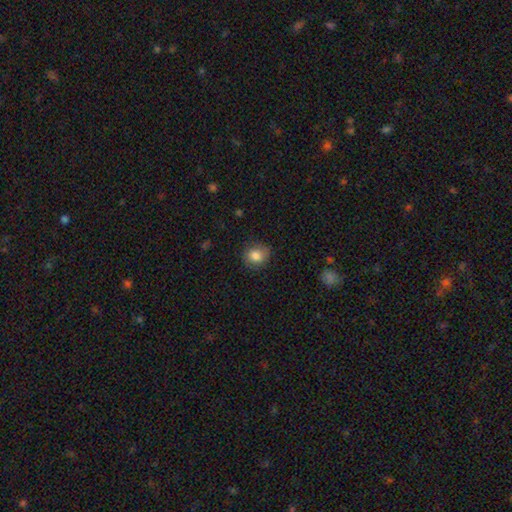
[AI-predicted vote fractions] The model was most divided on "how rounded": round: 75%, in between: 24%, cigar-shaped: 1%. More confident: smooth or featured — smooth (83%); merging — none (81%).